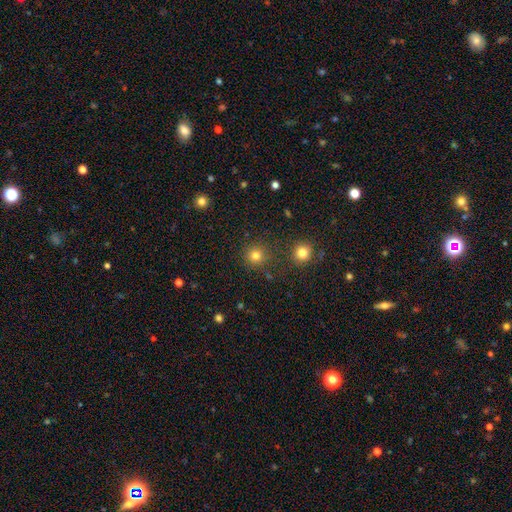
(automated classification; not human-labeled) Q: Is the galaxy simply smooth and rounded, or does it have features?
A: smooth — 80%.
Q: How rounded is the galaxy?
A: round — 94%.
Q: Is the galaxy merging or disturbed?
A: none — 87%.